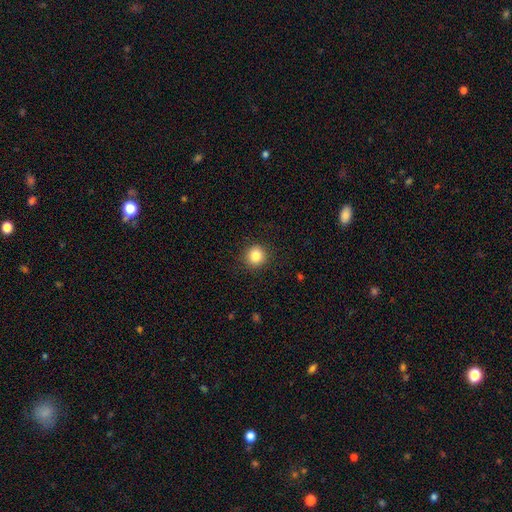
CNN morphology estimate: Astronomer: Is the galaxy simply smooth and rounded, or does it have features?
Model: smooth — 84%.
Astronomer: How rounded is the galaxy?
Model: round — 92%.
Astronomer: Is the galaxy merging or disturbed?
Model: none — 91%.